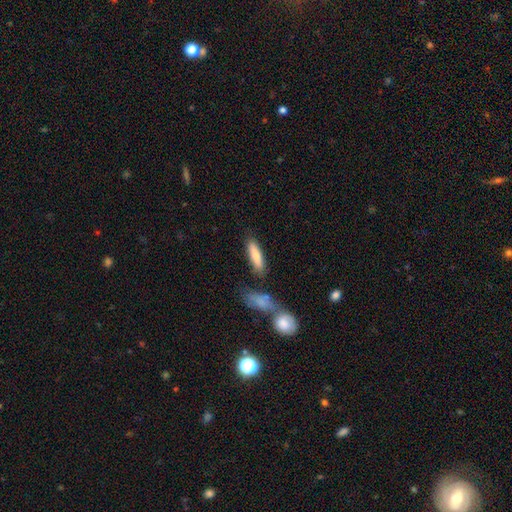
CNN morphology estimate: smooth_or_featured: smooth (p=0.76) [alt: featured or disk p=0.17]
how_rounded: cigar-shaped (p=0.60) [alt: in between p=0.38]
merging: none (p=0.75) [alt: minor disturbance p=0.13]